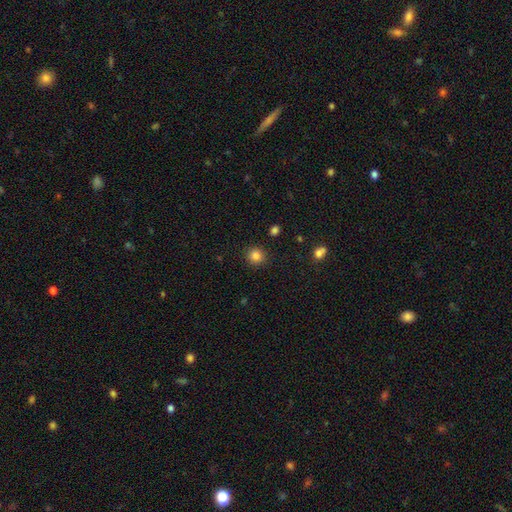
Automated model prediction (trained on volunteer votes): Smooth or featured?
  - smooth: 85% *
  - star or artifact: 11%
  - featured or disk: 4%
How rounded?
  - round: 91% *
  - in between: 8%
  - cigar-shaped: 1%
Merging?
  - none: 90% *
  - minor disturbance: 6%
  - major disturbance: 2%
  - merger: 1%